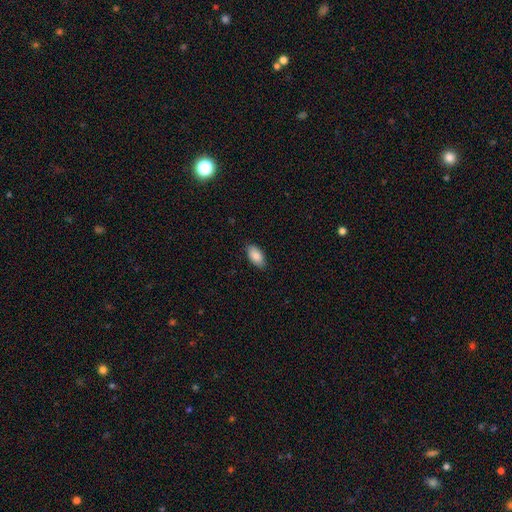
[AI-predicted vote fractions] smooth-or-featured: smooth: 87% | star or artifact: 6% | featured or disk: 6%
  how-rounded: in between: 94% | cigar-shaped: 4% | round: 3%
  merging: none: 86% | minor disturbance: 11% | major disturbance: 2% | merger: 1%